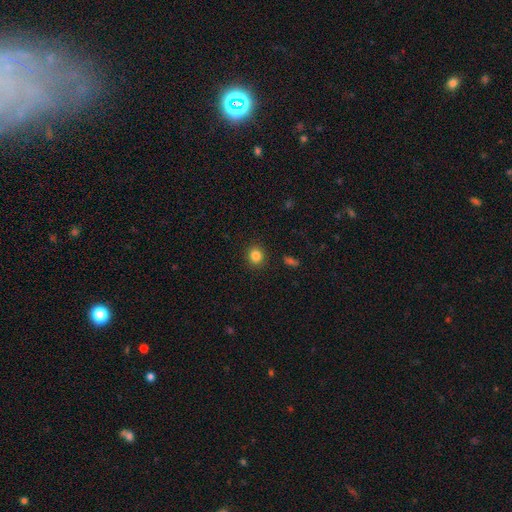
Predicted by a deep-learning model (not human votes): A smooth galaxy with no disk features (84%) that is round (83%).

Vote fractions:
- Smooth or featured? smooth: 84% / star or artifact: 11% / featured or disk: 5%
- How rounded? round: 83% / in between: 16% / cigar-shaped: 1%
- Merging? none: 91% / minor disturbance: 6% / major disturbance: 2% / merger: 1%